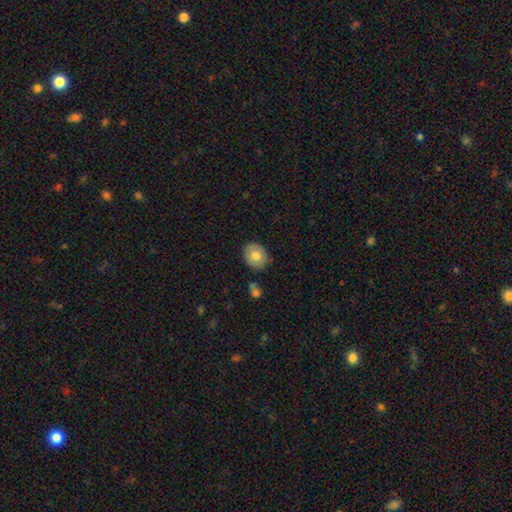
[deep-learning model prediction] Overall: smooth (72%). How rounded: round (58%; in between 41%). Merging: none (83%).